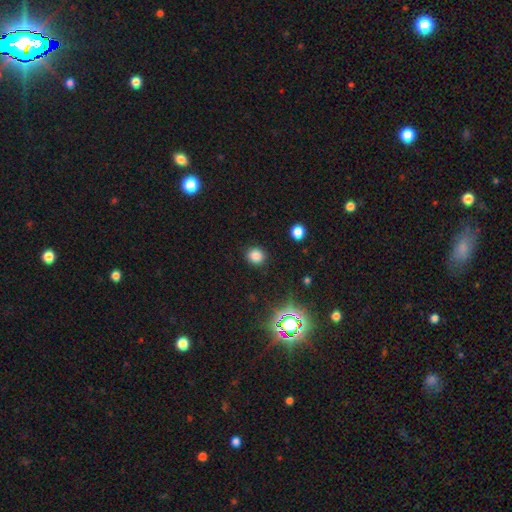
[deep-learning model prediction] A smooth galaxy with no disk features (81%) that is round (84%).

Vote fractions:
- Smooth or featured? smooth: 81% / star or artifact: 15% / featured or disk: 4%
- How rounded? round: 84% / in between: 15% / cigar-shaped: 1%
- Merging? none: 90% / minor disturbance: 6% / major disturbance: 2% / merger: 1%